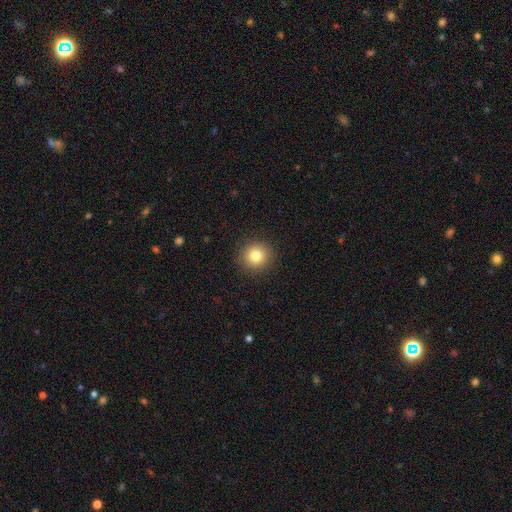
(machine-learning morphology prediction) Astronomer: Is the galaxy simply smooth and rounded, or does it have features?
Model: smooth — 81%.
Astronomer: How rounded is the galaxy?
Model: round — 92%.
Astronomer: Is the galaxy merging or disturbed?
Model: none — 91%.